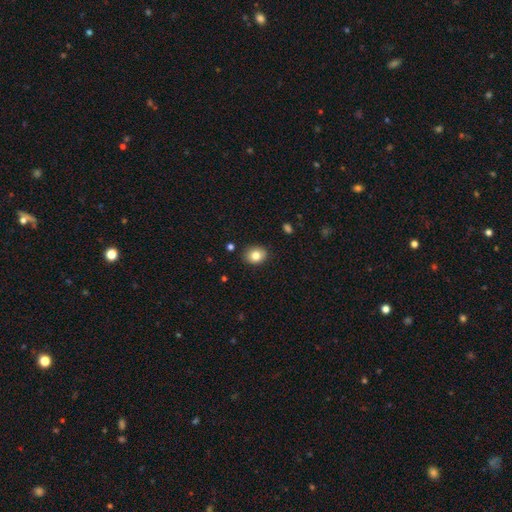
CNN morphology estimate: A smooth galaxy with no disk features (82%) that is in between round and cigar-shaped (54%). Merging: none (87%).